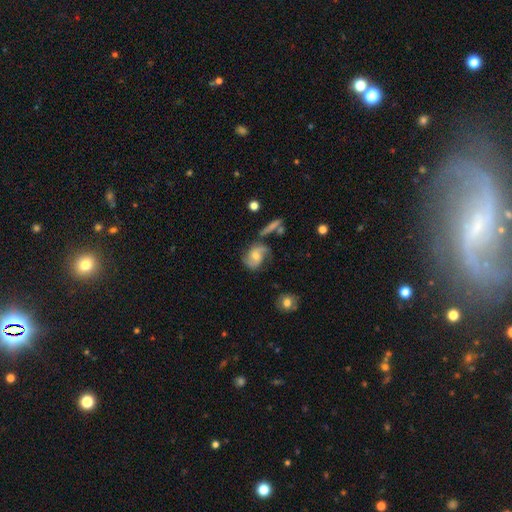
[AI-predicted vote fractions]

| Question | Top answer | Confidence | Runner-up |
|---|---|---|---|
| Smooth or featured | featured or disk | 71% | smooth (21%) |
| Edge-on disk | no | 96% | yes (4%) |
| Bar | no | 58% | weak (33%) |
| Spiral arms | yes | 92% | no (8%) |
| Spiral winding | medium | 44% | loose (36%) |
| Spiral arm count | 2 | 76% | can't tell (10%) |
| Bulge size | moderate | 53% | small (40%) |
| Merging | none | 54% | minor disturbance (23%) |